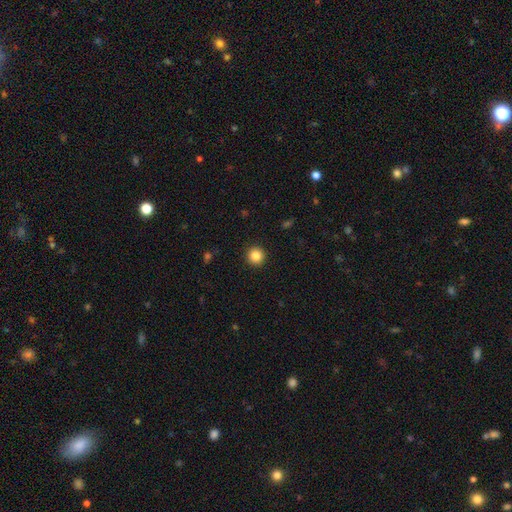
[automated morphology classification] This appears to be a smooth galaxy with no disk features (85%) that is round (96%). Merging: none (93%).